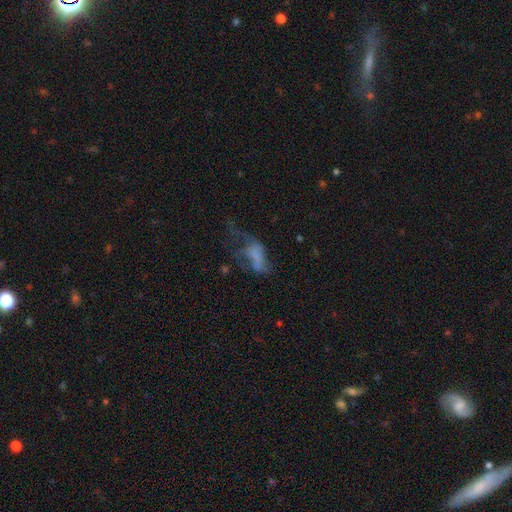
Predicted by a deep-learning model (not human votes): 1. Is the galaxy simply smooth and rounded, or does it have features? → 42% smooth, 40% featured or disk, 18% star or artifact.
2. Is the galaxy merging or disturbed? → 56% major disturbance, 21% none, 15% minor disturbance, 8% merger.